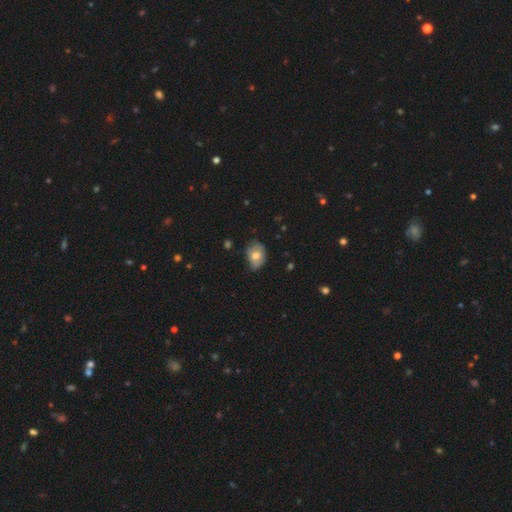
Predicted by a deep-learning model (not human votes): This is likely a smooth galaxy (68%). How rounded: likely in between (71%). Merging: marginally none (45%).